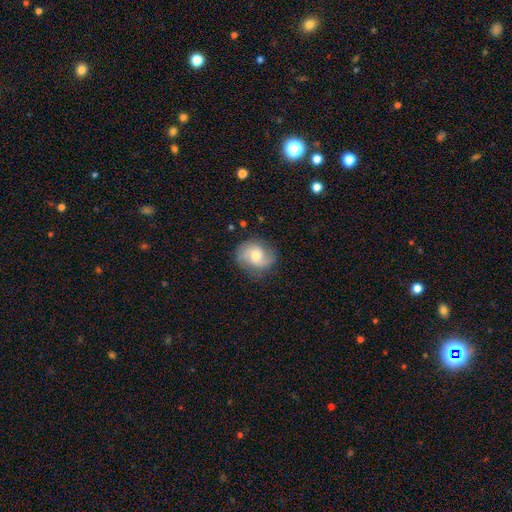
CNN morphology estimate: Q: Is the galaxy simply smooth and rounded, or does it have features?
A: featured or disk — 55%.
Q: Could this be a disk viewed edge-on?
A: no — 97%.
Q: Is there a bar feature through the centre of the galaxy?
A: no — 59%.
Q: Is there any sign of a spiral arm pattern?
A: yes — 88%.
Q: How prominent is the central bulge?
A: moderate — 60%.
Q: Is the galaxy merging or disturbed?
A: none — 76%.